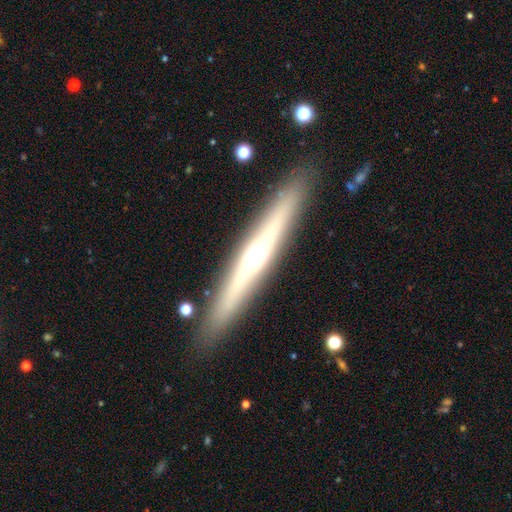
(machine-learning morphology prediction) Smooth or featured? Predicted: featured or disk (p=0.68). Edge-on disk? Predicted: yes (p=0.94). Edge-on bulge? Predicted: rounded (p=0.84). Merging? Predicted: none (p=0.89).